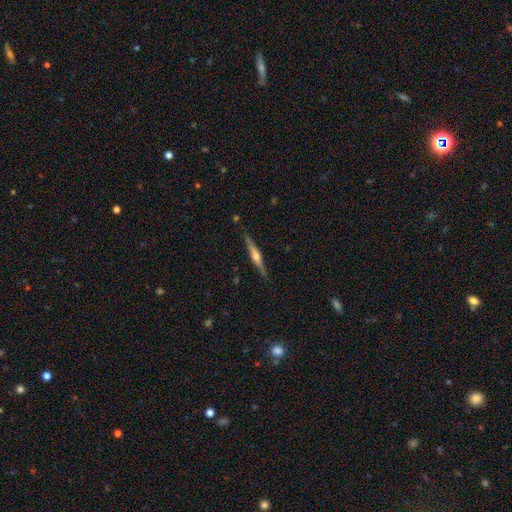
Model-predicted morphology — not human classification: This appears to be a featured or disk galaxy (70%) viewed edge-on (98%) with a rounded central bulge (86%). Merging: none (89%).